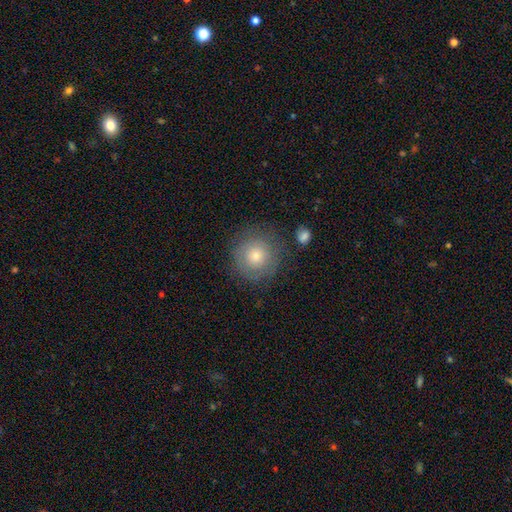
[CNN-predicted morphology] type=smooth (65%); roundness=round (94%); merging=none (81%).